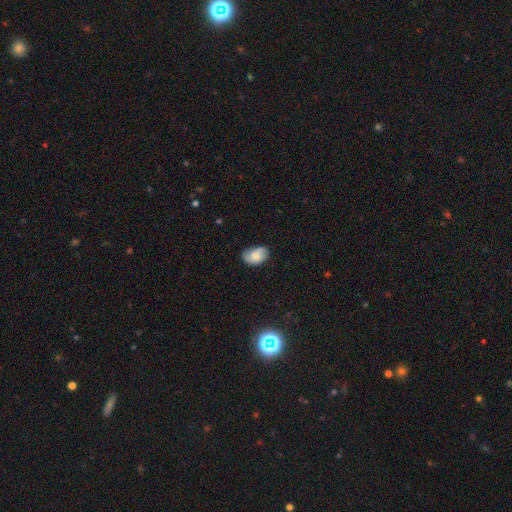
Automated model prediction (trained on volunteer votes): Smooth or featured?
  - smooth: 58% *
  - featured or disk: 34%
  - star or artifact: 8%
How rounded?
  - in between: 84% *
  - round: 15%
  - cigar-shaped: 1%
Merging?
  - none: 62% *
  - minor disturbance: 29%
  - major disturbance: 7%
  - merger: 2%